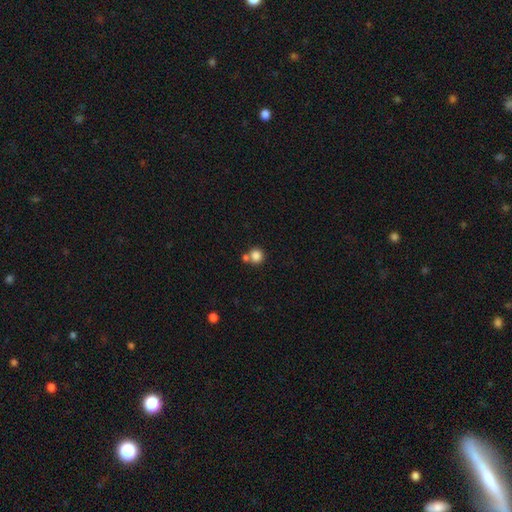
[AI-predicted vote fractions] Smooth or featured? Predicted: smooth (p=0.84). How rounded? Predicted: round (p=0.90). Merging? Predicted: none (p=0.59).